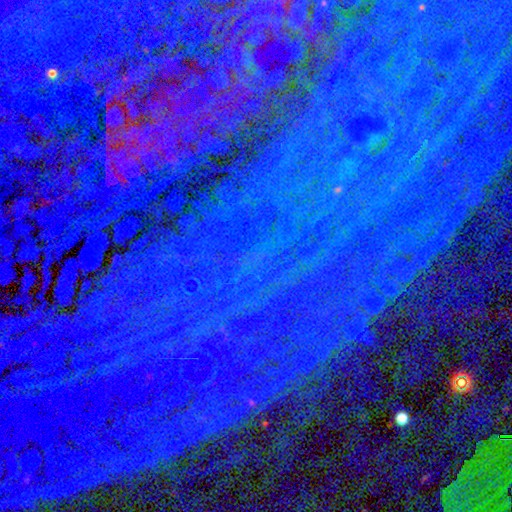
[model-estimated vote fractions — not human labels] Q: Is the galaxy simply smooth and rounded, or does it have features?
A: star or artifact — 87%.